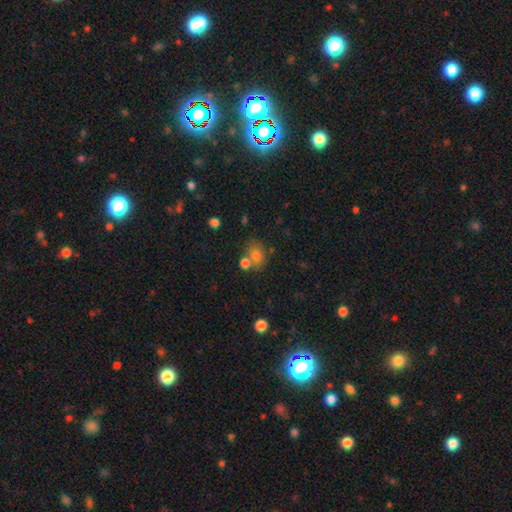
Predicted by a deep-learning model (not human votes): smooth_or_featured: smooth (p=0.75) [alt: featured or disk p=0.12]
how_rounded: in between (p=0.57) [alt: round p=0.42]
merging: none (p=0.55) [alt: merger p=0.26]